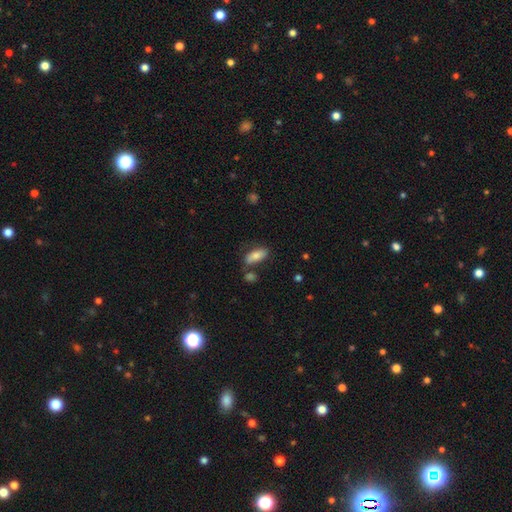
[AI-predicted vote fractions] Overall: smooth (76%). How rounded: in between (82%). Merging: none (64%).